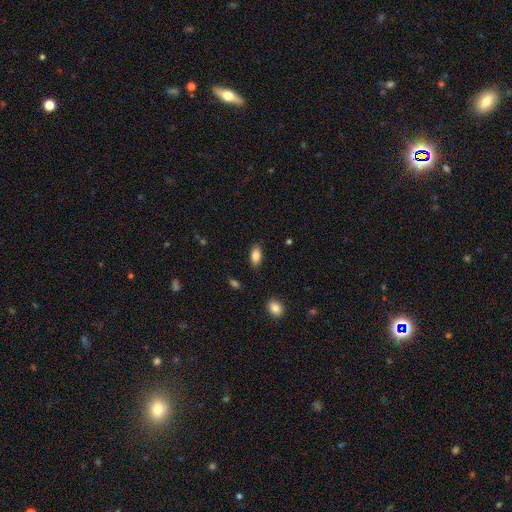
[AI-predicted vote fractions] Smooth or featured?
  - smooth: 84% *
  - featured or disk: 8%
  - star or artifact: 8%
How rounded?
  - in between: 92% *
  - cigar-shaped: 4%
  - round: 4%
Merging?
  - none: 86% *
  - minor disturbance: 10%
  - major disturbance: 2%
  - merger: 1%